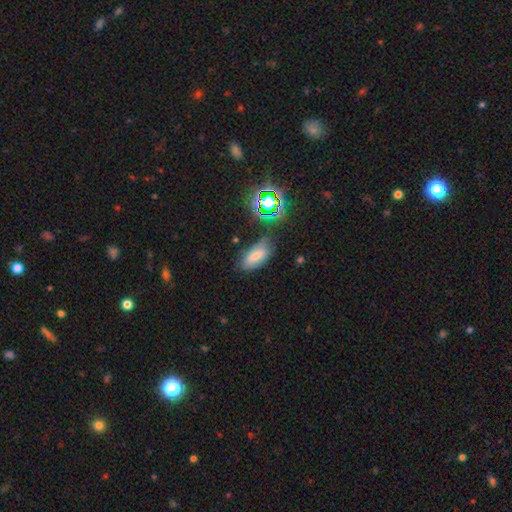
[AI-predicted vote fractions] This appears to be a smooth galaxy with no disk features (66%) that is in between round and cigar-shaped (86%). Merging: none (64%).